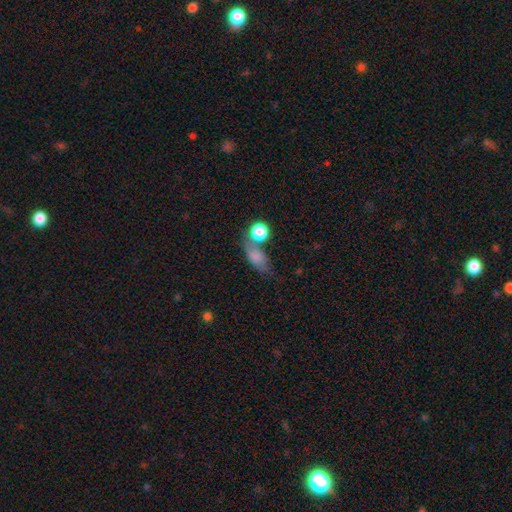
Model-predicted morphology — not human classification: This is likely a smooth galaxy (74%). How rounded: likely in between (68%). Merging: marginally none (42%).